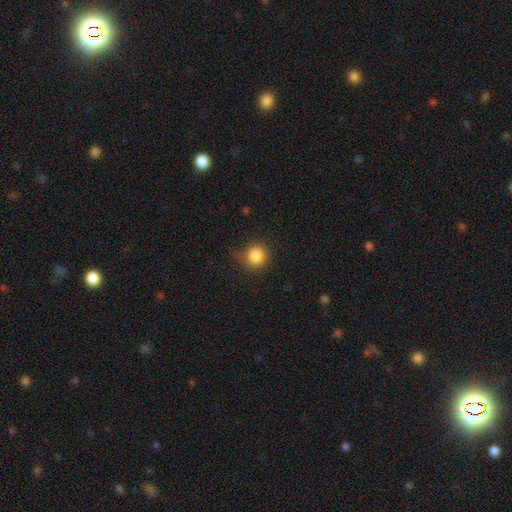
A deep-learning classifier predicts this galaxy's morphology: type=smooth (85%); roundness=round (91%); merging=none (73%).